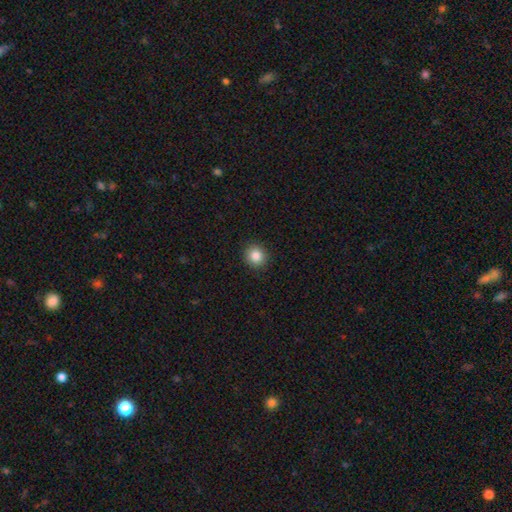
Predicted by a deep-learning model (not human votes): Smooth or featured: smooth — 86% (star or artifact — 10%)
How rounded: round — 90% (in between — 9%)
Merging: none — 91% (minor disturbance — 6%)